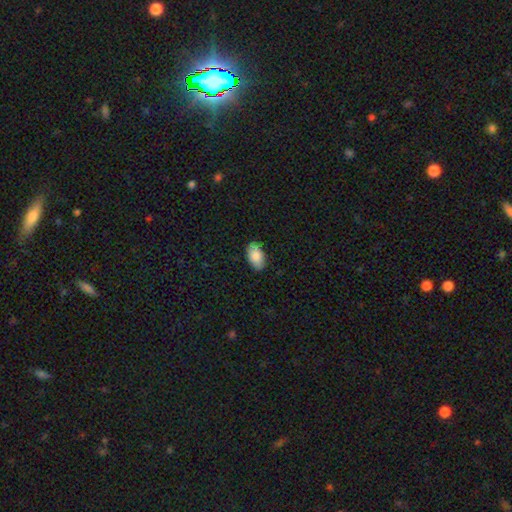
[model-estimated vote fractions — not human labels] This is clearly a smooth galaxy (86%). How rounded: clearly in between (94%). Merging: clearly none (84%).